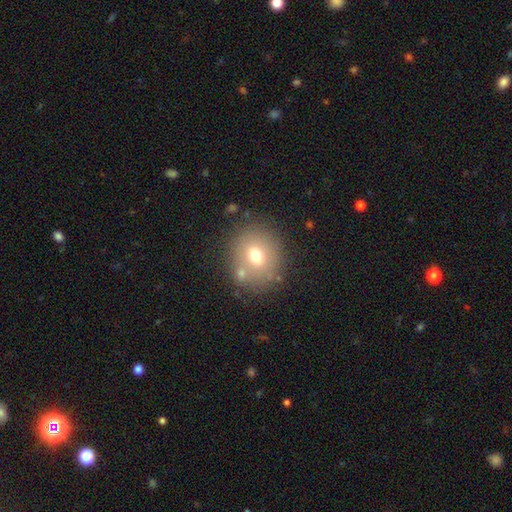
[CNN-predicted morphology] A smooth galaxy with no disk features (66%) that is round (75%). Merging: none (76%).